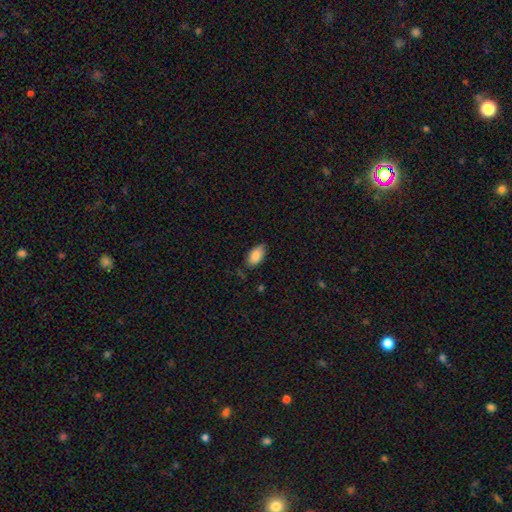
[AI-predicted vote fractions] A smooth galaxy with no disk features (86%) that is in between round and cigar-shaped (94%).

Vote fractions:
- Smooth or featured? smooth: 86% / star or artifact: 7% / featured or disk: 7%
- How rounded? in between: 94% / round: 3% / cigar-shaped: 2%
- Merging? none: 78% / minor disturbance: 17% / major disturbance: 3% / merger: 1%